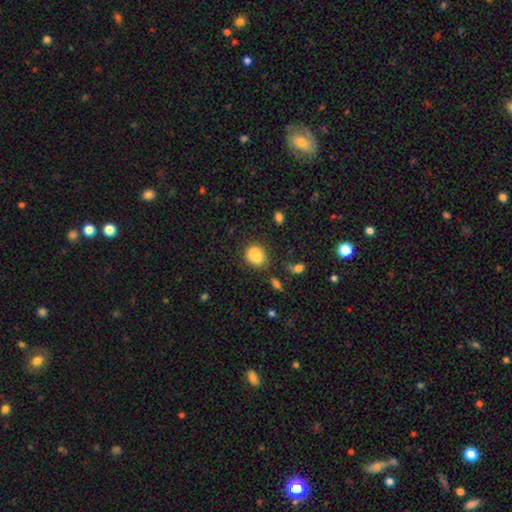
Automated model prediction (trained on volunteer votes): smooth 81%, star or artifact 10%, featured or disk 9%. Down the decision tree: how rounded — round (66%); merging — none (62%).